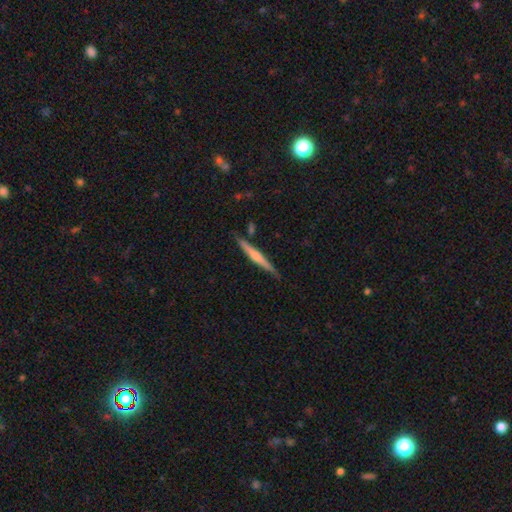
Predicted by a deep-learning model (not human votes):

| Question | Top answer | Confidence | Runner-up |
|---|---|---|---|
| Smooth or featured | featured or disk | 55% | smooth (40%) |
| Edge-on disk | yes | 97% | no (3%) |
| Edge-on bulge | rounded | 58% | none (30%) |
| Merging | none | 84% | minor disturbance (11%) |